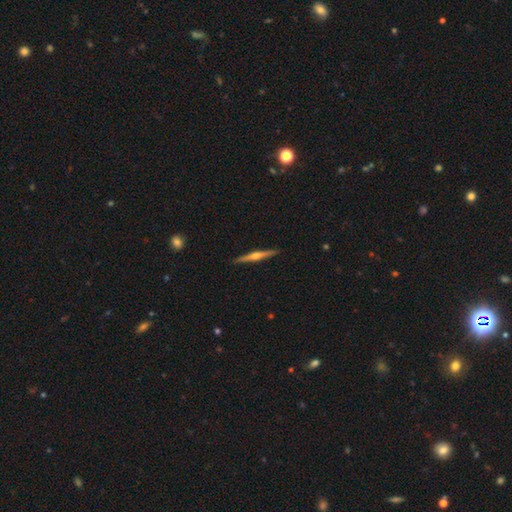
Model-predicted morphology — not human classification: A featured or disk galaxy (76%) viewed edge-on (98%) with a rounded central bulge (91%).

Vote fractions:
- Smooth or featured? featured or disk: 76% / smooth: 19% / star or artifact: 5%
- Edge-on disk? yes: 98% / no: 2%
- Edge-on bulge? rounded: 91% / none: 5% / boxy: 4%
- Merging? none: 92% / minor disturbance: 6% / major disturbance: 1% / merger: 1%